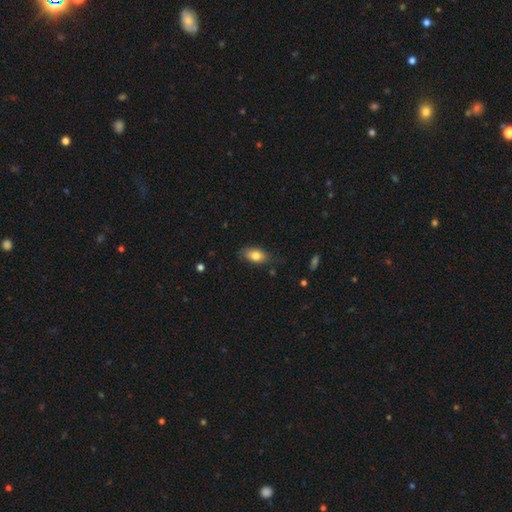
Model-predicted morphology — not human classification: type=smooth (79%); roundness=in between (87%); merging=none (72%).